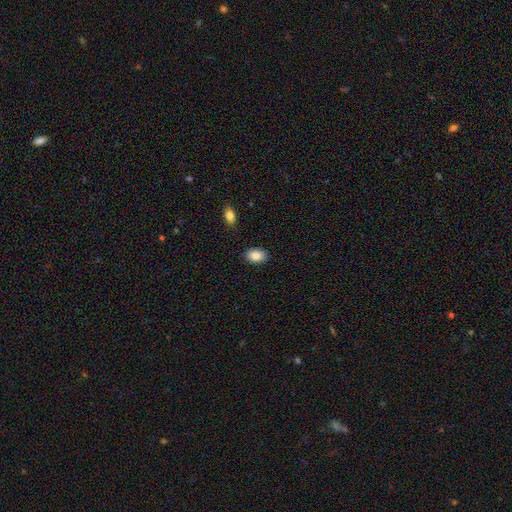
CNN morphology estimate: type=smooth (87%); roundness=in between (88%); merging=none (87%).